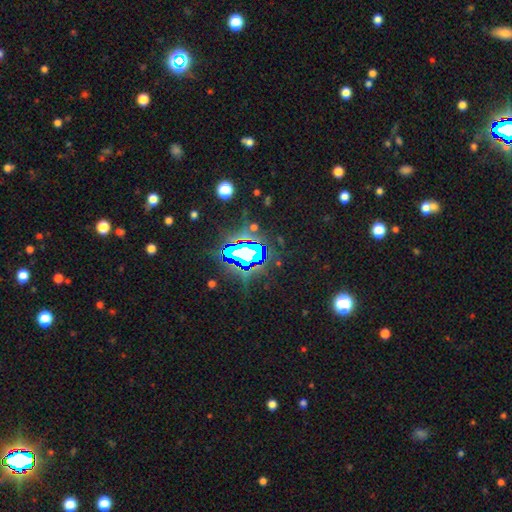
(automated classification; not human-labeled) The model was most divided on "smooth or featured": star or artifact: 83%, smooth: 10%, featured or disk: 7%.